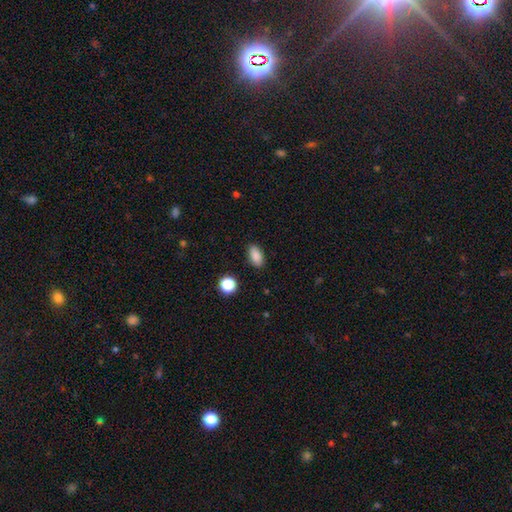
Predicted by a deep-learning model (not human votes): This is clearly a smooth galaxy (87%). How rounded: clearly in between (90%). Merging: clearly none (88%).